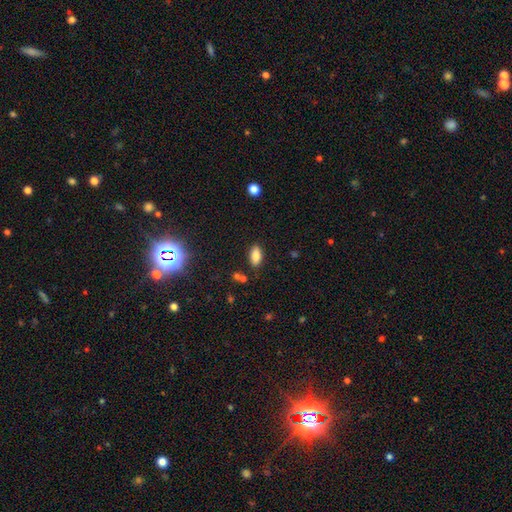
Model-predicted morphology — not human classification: smooth_or_featured: smooth (p=0.82) [alt: star or artifact p=0.09]
how_rounded: in between (p=0.91) [alt: cigar-shaped p=0.06]
merging: none (p=0.84) [alt: minor disturbance p=0.10]